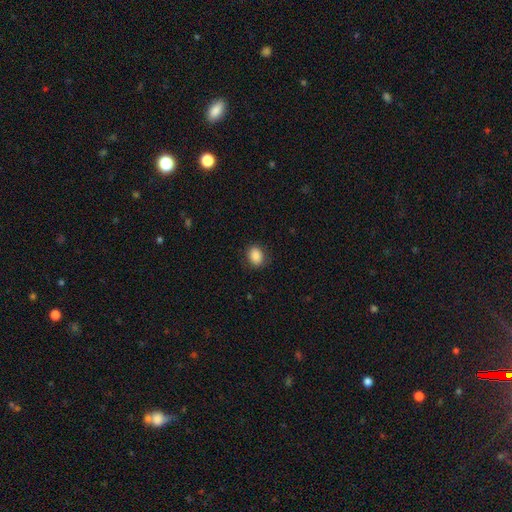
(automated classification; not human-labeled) Smooth or featured: smooth — 88% (star or artifact — 8%)
How rounded: in between — 63% (round — 36%)
Merging: none — 86% (minor disturbance — 10%)